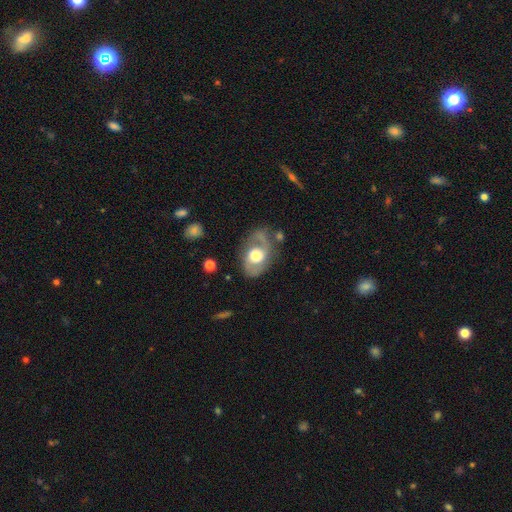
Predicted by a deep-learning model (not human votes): smooth_or_featured: featured or disk (p=0.74) [alt: smooth p=0.21]
disk_edge_on: no (p=0.95) [alt: yes p=0.05]
bar: no (p=0.66) [alt: weak p=0.27]
has_spiral_arms: yes (p=0.80) [alt: no p=0.20]
spiral_winding: medium (p=0.50) [alt: loose p=0.33]
spiral_arm_count: 2 (p=0.87) [alt: can't tell p=0.05]
bulge_size: moderate (p=0.51) [alt: large p=0.39]
merging: none (p=0.65) [alt: minor disturbance p=0.20]